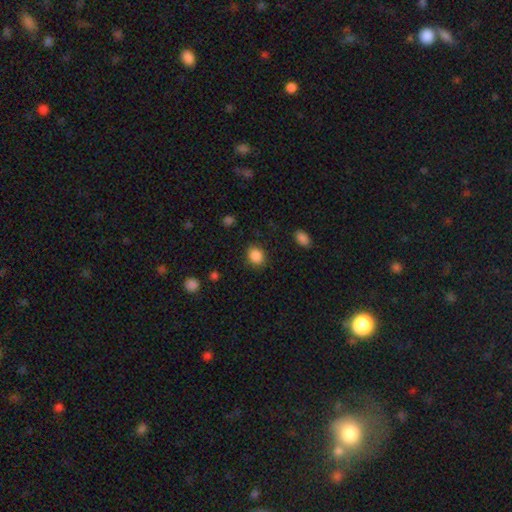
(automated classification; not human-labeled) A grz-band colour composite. It shows a smooth galaxy with no disk features (87%) that is in between round and cigar-shaped (54%). Merging: none (84%).